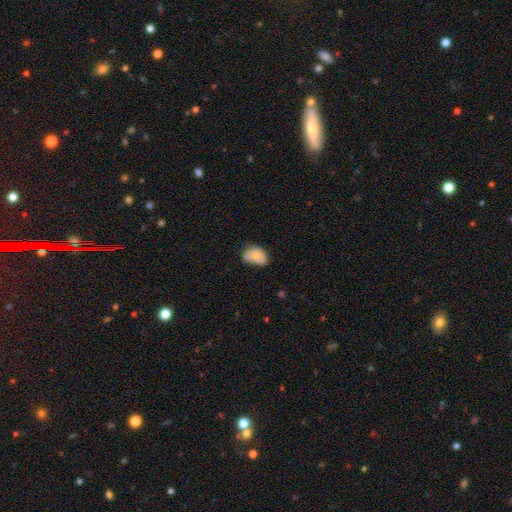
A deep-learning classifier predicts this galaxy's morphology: This appears to be a smooth galaxy with no disk features (78%) that is in between round and cigar-shaped (79%). Merging: minor disturbance (43%, tied with none).